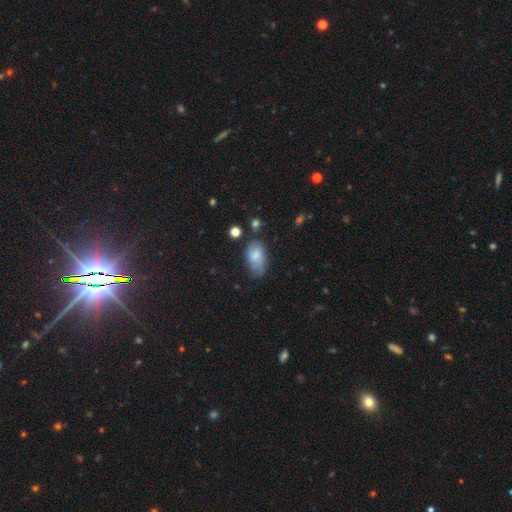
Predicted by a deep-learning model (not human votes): Smooth or featured? Predicted: smooth (p=0.60). How rounded? Predicted: in between (p=0.91). Merging? Predicted: none (p=0.51).